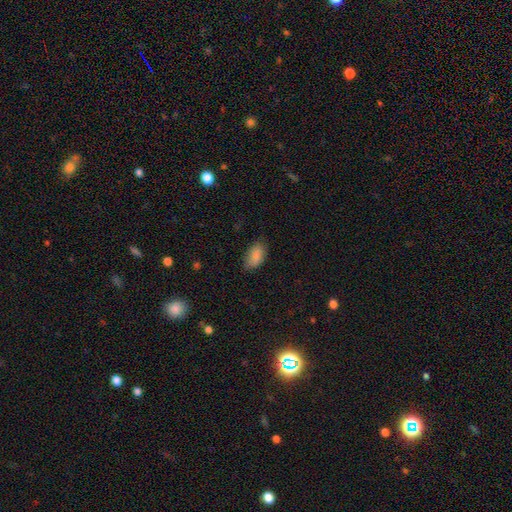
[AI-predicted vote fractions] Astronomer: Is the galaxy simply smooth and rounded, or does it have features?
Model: smooth — 85%.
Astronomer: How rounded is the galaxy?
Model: in between — 93%.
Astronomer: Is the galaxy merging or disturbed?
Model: none — 72%.